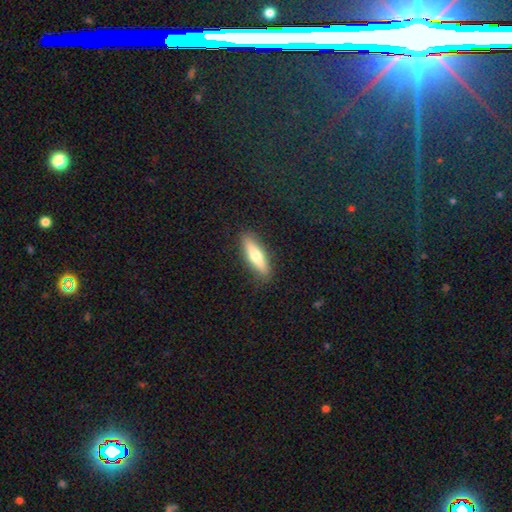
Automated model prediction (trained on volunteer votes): smooth-or-featured: smooth: 60% | featured or disk: 34% | star or artifact: 6%
  how-rounded: cigar-shaped: 72% | in between: 27% | round: 2%
  merging: none: 89% | minor disturbance: 8% | major disturbance: 2% | merger: 1%